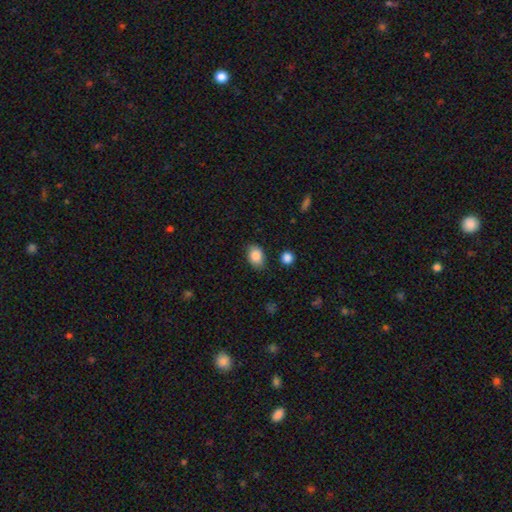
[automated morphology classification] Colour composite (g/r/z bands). It shows a smooth galaxy with no disk features (86%) that is in between round and cigar-shaped (76%). Merging: none (80%).